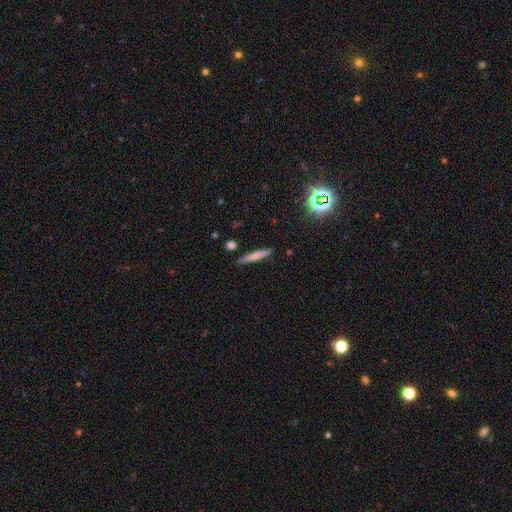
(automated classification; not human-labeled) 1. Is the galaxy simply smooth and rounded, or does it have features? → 70% smooth, 22% featured or disk, 8% star or artifact.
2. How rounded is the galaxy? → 91% cigar-shaped, 7% in between, 2% round.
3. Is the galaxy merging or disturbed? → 85% none, 11% minor disturbance, 2% merger, 2% major disturbance.